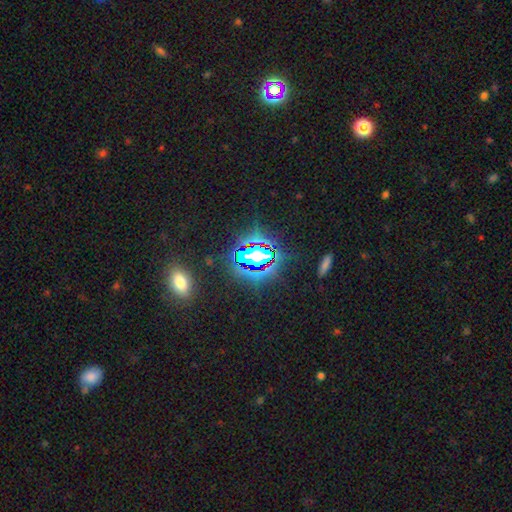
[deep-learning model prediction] A star or artifact, not a galaxy (75%).

Vote fractions:
- Smooth or featured? star or artifact: 75% / smooth: 14% / featured or disk: 11%